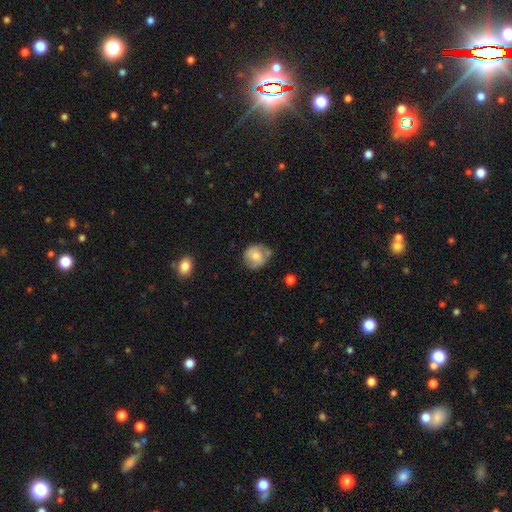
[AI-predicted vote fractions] smooth-or-featured: smooth: 60% | featured or disk: 32% | star or artifact: 8%
  how-rounded: round: 78% | in between: 21% | cigar-shaped: 1%
  merging: none: 61% | minor disturbance: 27% | major disturbance: 7% | merger: 5%